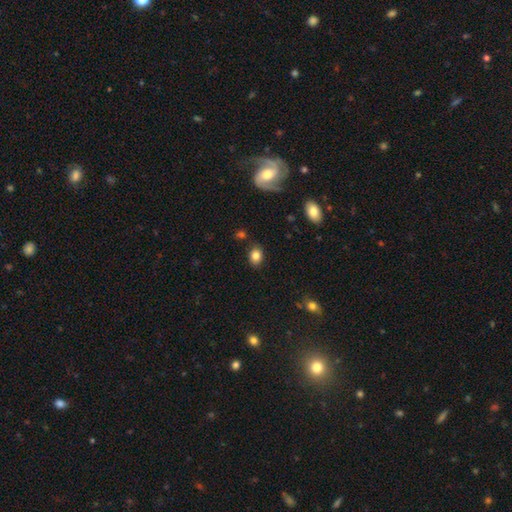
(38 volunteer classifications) Smooth or featured? 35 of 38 (92%) said smooth. How rounded? 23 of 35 (66%) said in between. Merging? 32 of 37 (86%) said none.